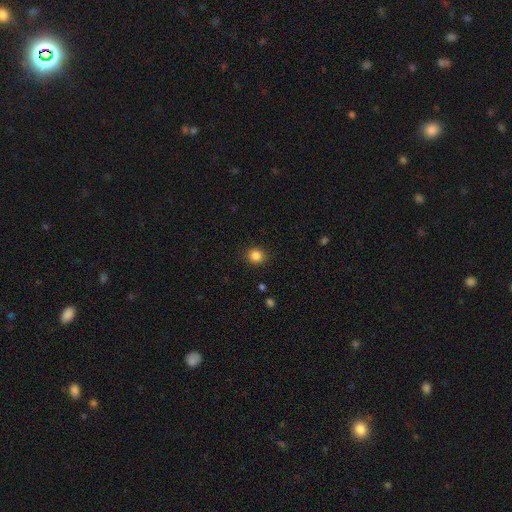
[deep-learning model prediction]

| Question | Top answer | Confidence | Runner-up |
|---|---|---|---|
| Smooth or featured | smooth | 85% | star or artifact (11%) |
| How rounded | round | 86% | in between (13%) |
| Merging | none | 89% | minor disturbance (7%) |